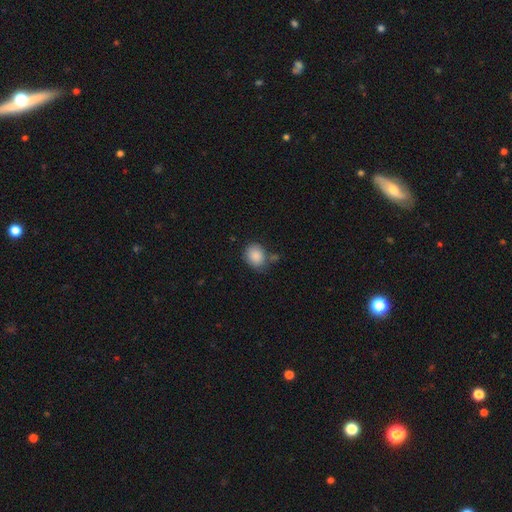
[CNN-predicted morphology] Smooth or featured: smooth — 88% (star or artifact — 8%)
How rounded: round — 57% (in between — 42%)
Merging: none — 64% (minor disturbance — 19%)